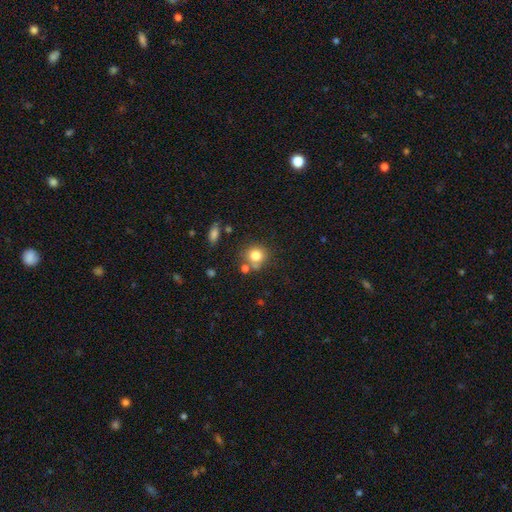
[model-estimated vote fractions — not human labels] This appears to be a smooth galaxy with no disk features (80%) that is round (85%). Merging: none (66%).